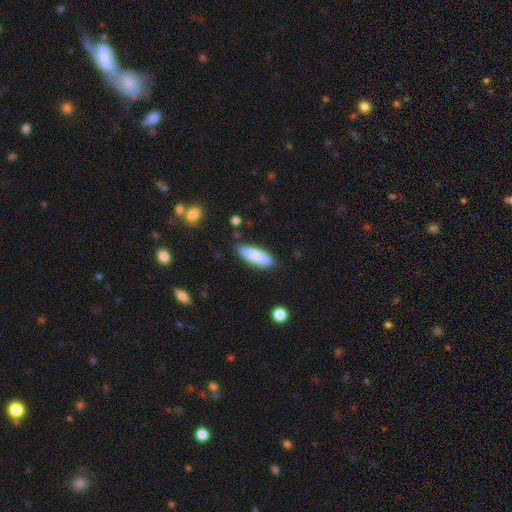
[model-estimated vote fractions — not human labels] Overall: smooth (82%). How rounded: in between (65%; cigar-shaped 33%). Merging: none (81%).